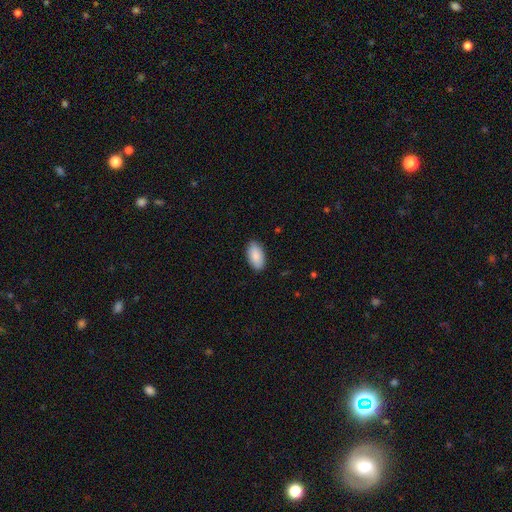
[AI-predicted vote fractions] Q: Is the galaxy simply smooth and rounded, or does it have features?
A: smooth — 89%.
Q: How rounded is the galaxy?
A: in between — 95%.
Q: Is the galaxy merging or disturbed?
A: none — 88%.